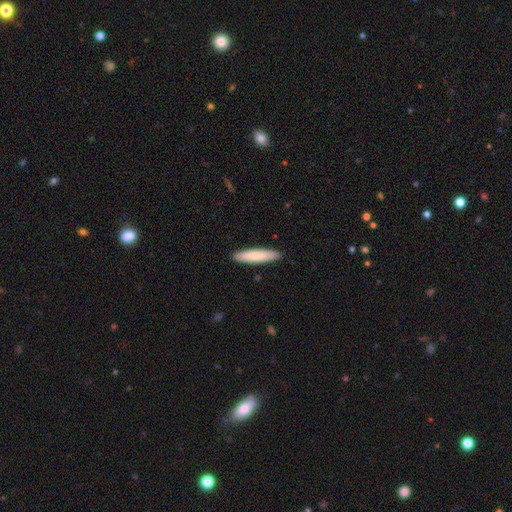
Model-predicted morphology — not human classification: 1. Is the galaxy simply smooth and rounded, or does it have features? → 83% smooth, 12% featured or disk, 5% star or artifact.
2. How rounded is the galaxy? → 84% cigar-shaped, 15% in between, 1% round.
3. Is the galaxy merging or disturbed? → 91% none, 7% minor disturbance, 1% major disturbance, 1% merger.